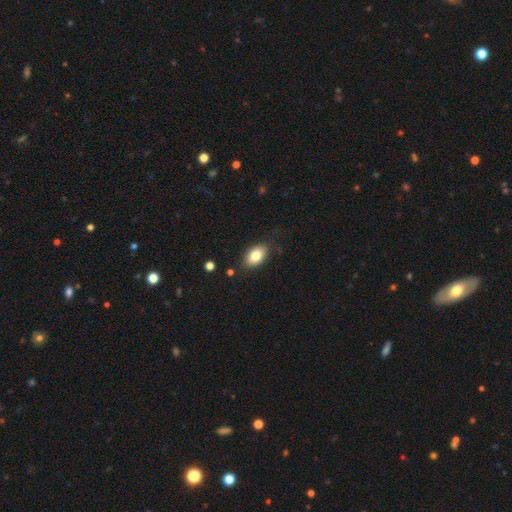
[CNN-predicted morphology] Smooth or featured? smooth (81%)
How rounded? in between (90%)
Merging? none (83%)